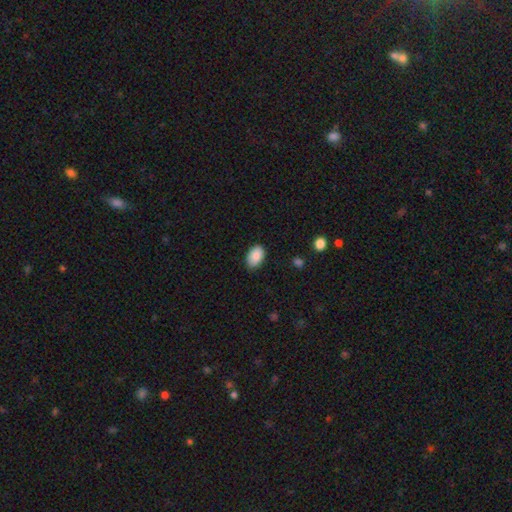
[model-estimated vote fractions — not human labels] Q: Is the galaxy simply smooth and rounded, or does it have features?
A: smooth — 88%.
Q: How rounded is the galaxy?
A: in between — 91%.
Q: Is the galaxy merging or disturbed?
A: none — 84%.